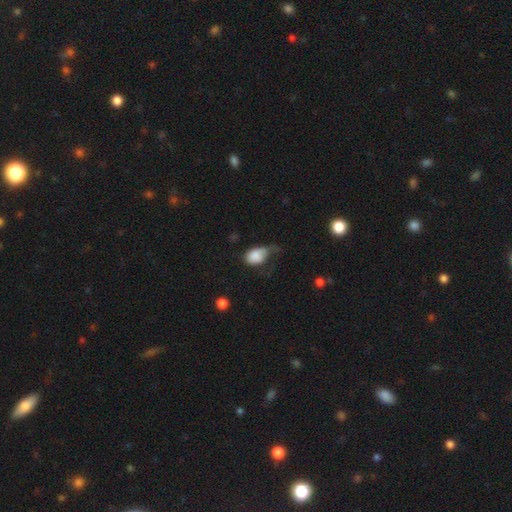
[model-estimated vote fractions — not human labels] Smooth or featured: smooth — 80% (featured or disk — 13%)
How rounded: in between — 82% (round — 17%)
Merging: major disturbance — 41% (minor disturbance — 33%)